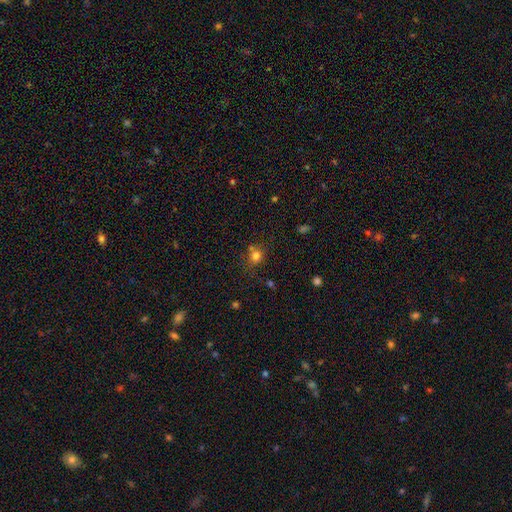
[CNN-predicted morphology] This appears to be a smooth galaxy with no disk features (77%) that is round (82%). Merging: none (65%).